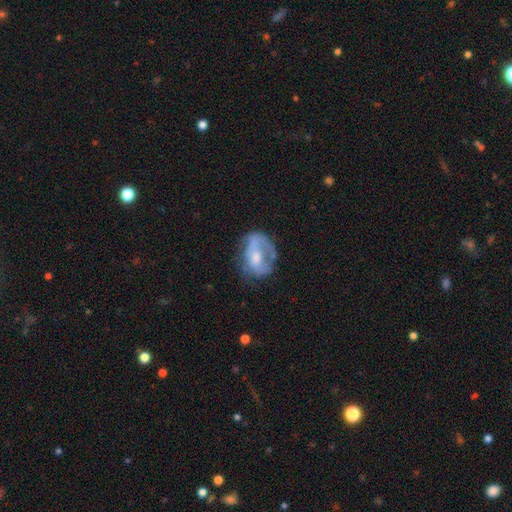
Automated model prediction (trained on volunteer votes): Overall: featured or disk (56%; smooth 36%). Edge-on disk: no (96%). Bar: no (67%). Spiral arms: no (52%; yes 48%). Bulge size: moderate (50%; small 30%). Merging: none (40%; major disturbance 29%).